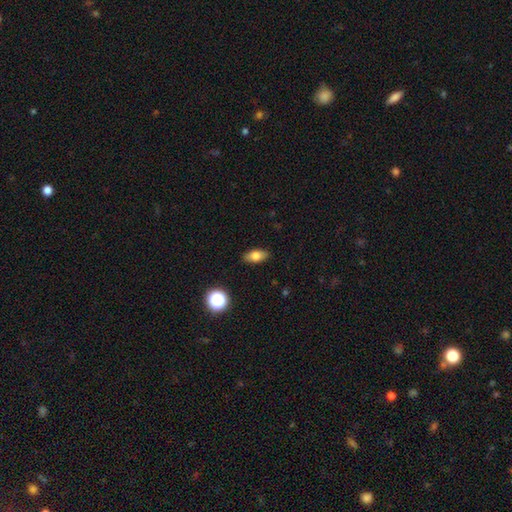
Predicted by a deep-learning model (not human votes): Smooth or featured?
  - smooth: 76% *
  - featured or disk: 15%
  - star or artifact: 9%
How rounded?
  - in between: 85% *
  - cigar-shaped: 8%
  - round: 7%
Merging?
  - none: 87% *
  - minor disturbance: 9%
  - major disturbance: 2%
  - merger: 1%